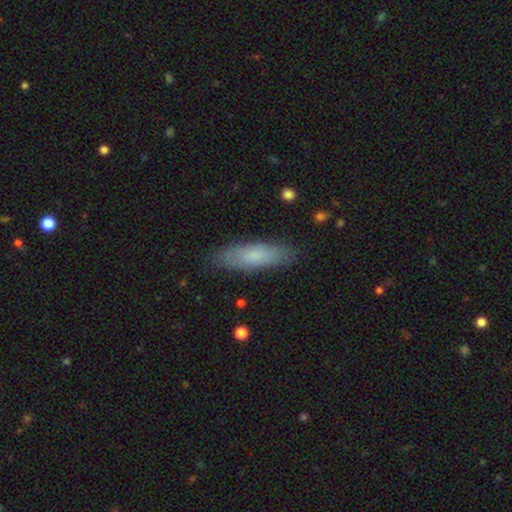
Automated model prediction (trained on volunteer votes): This is likely a smooth galaxy (70%). How rounded: likely cigar-shaped (60%). Merging: clearly none (86%).